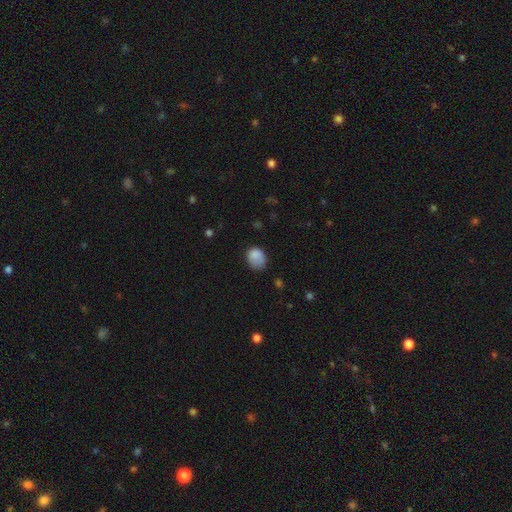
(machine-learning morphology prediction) Q: Smooth or featured?
A: smooth (82%); runner-up: star or artifact (9%)
Q: How rounded?
A: in between (56%); runner-up: round (43%)
Q: Merging?
A: none (50%); runner-up: minor disturbance (33%)